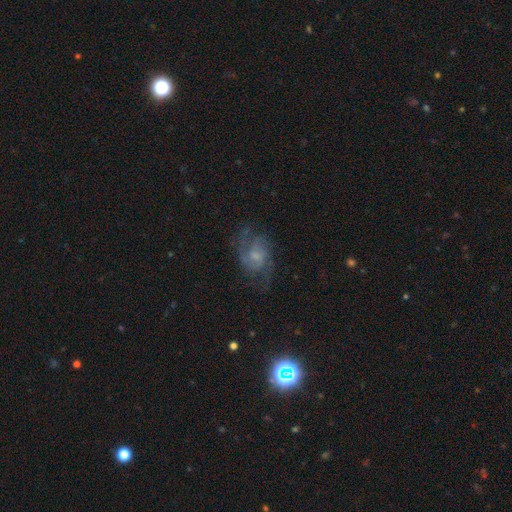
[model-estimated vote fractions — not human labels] Smooth or featured? Predicted: featured or disk (p=0.72). Edge-on disk? Predicted: no (p=0.97). Bar? Predicted: no (p=0.56). Spiral arms? Predicted: yes (p=0.90). Spiral winding? Predicted: medium (p=0.50). Spiral arm count? Predicted: 2 (p=0.53). Bulge size? Predicted: small (p=0.42). Merging? Predicted: none (p=0.60).